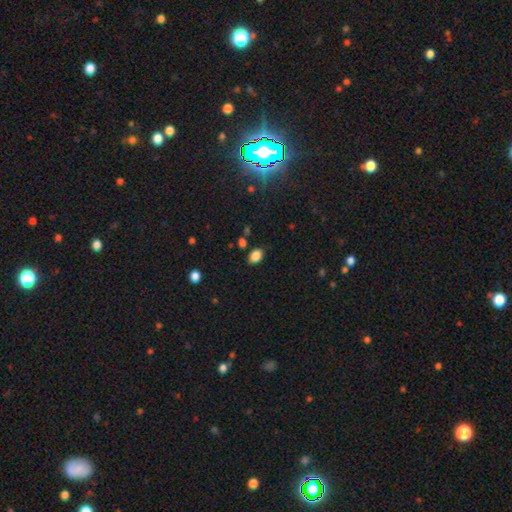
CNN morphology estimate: Smooth or featured: smooth — 86% (star or artifact — 10%)
How rounded: in between — 81% (round — 18%)
Merging: none — 82% (minor disturbance — 12%)